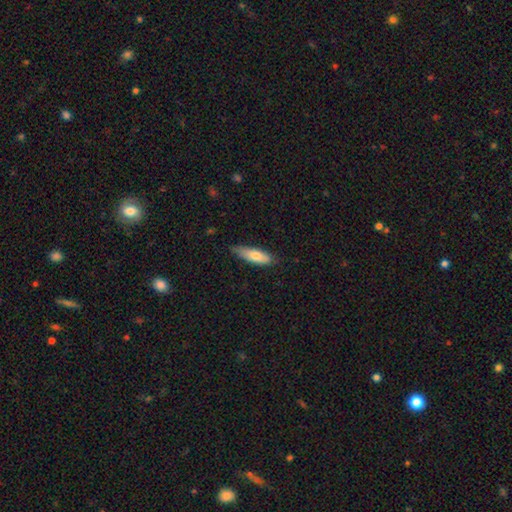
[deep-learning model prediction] A smooth galaxy with no disk features (74%) that is in between round and cigar-shaped (53%). Merging: none (68%).